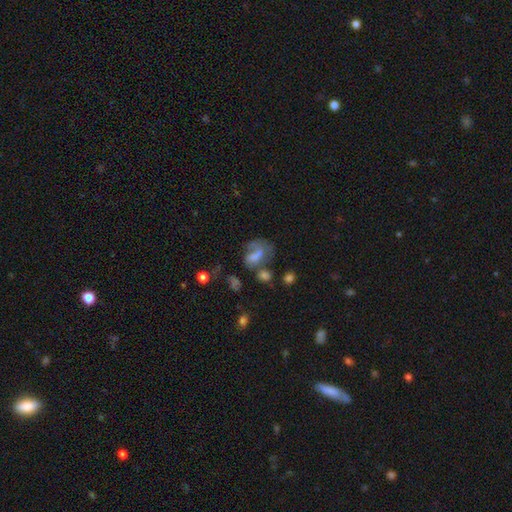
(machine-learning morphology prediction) smooth 46%, featured or disk 39%, star or artifact 15%. Down the decision tree: merging — major disturbance (38%).